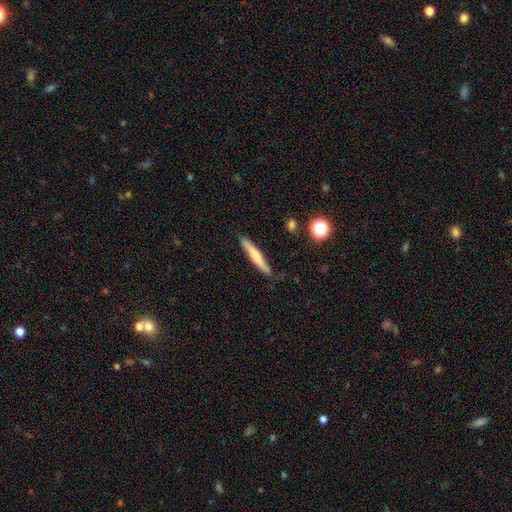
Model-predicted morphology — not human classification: Smooth or featured? smooth (62%)
How rounded? cigar-shaped (93%)
Merging? none (86%)